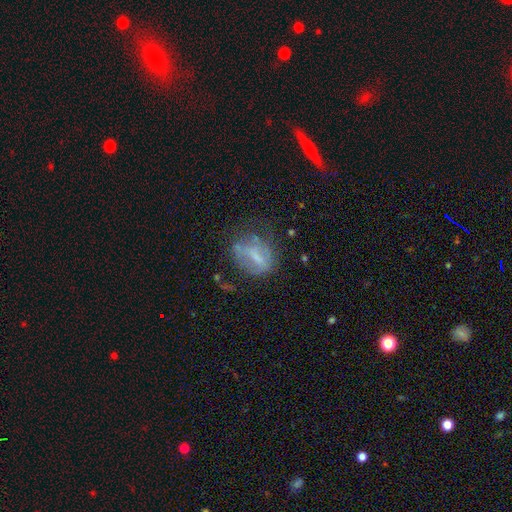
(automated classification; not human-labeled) Smooth or featured: featured or disk — 45% (smooth — 42%)
Merging: none — 45% (minor disturbance — 26%)